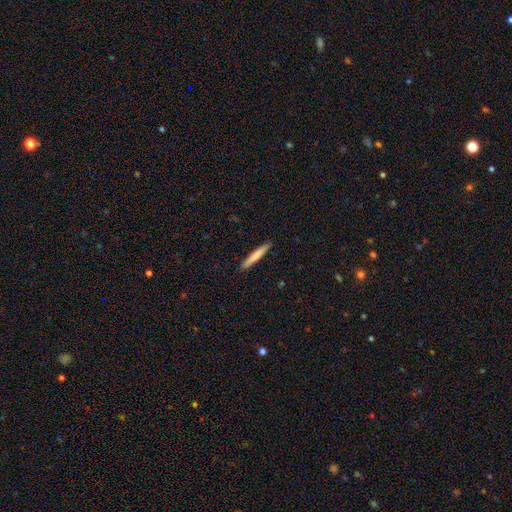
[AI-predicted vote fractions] smooth_or_featured: smooth (p=0.73) [alt: featured or disk p=0.22]
how_rounded: cigar-shaped (p=0.95) [alt: in between p=0.04]
merging: none (p=0.91) [alt: minor disturbance p=0.07]